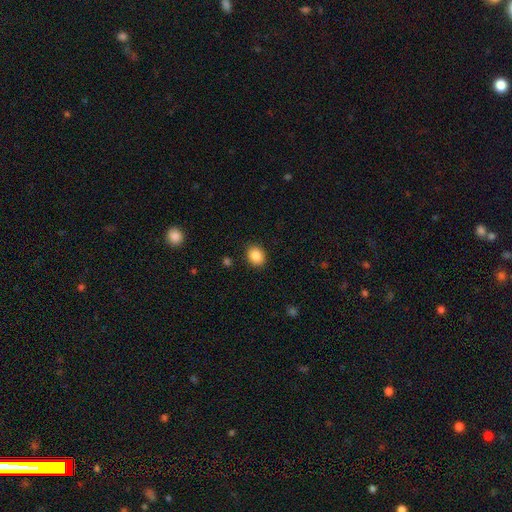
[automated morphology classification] Smooth or featured?
  - smooth: 87% *
  - star or artifact: 9%
  - featured or disk: 4%
How rounded?
  - round: 56% *
  - in between: 43%
  - cigar-shaped: 1%
Merging?
  - none: 89% *
  - minor disturbance: 7%
  - major disturbance: 2%
  - merger: 1%